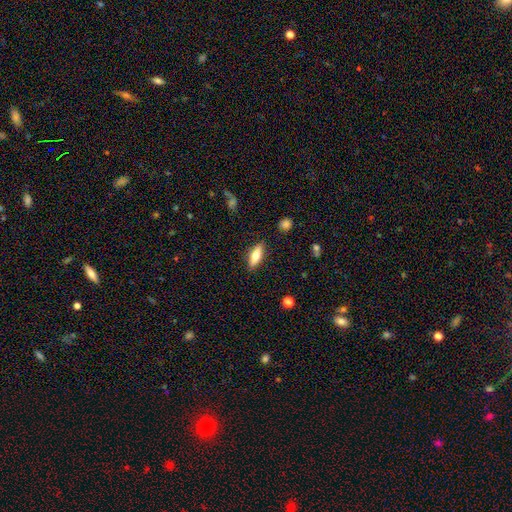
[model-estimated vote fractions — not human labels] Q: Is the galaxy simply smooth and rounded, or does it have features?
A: smooth — 64%.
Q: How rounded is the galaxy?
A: in between — 55%.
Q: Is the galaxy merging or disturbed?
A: none — 87%.